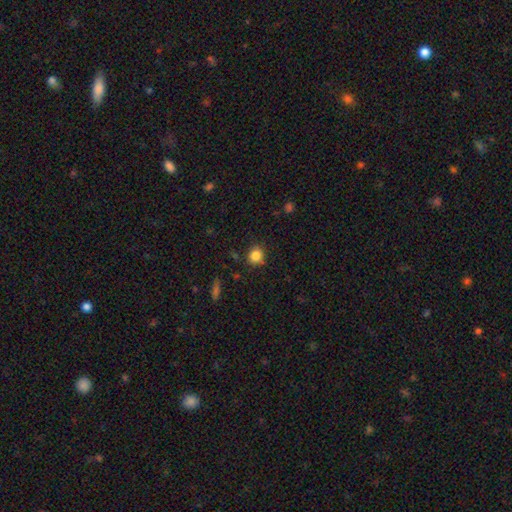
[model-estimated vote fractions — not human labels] This is clearly a smooth galaxy (85%). How rounded: clearly round (83%). Merging: clearly none (83%).